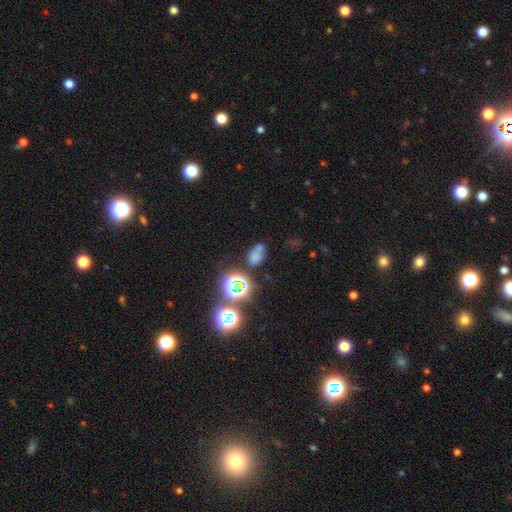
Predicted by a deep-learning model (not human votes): This appears to be a smooth galaxy with no disk features (55%) that is in between round and cigar-shaped (65%). Merging: none (39%).